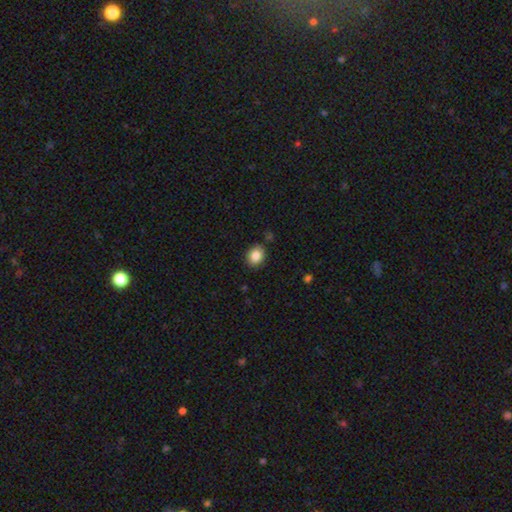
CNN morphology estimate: Smooth or featured? smooth (85%)
How rounded? round (56%)
Merging? none (85%)